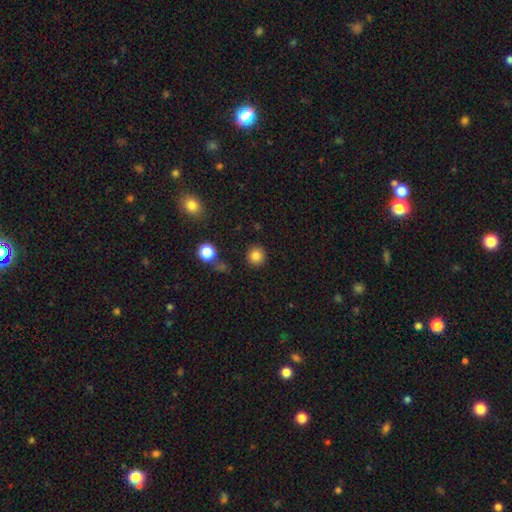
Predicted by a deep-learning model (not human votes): Morphology: type=smooth (83%); roundness=round (93%); merging=none (89%).